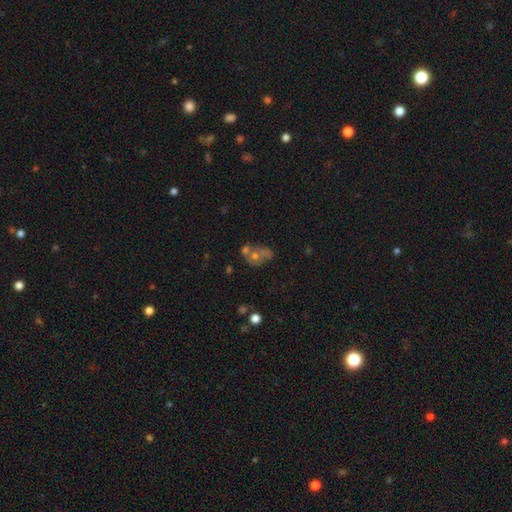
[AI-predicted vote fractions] smooth 40%, featured or disk 36%, star or artifact 25%. Down the decision tree: merging — none (39%).